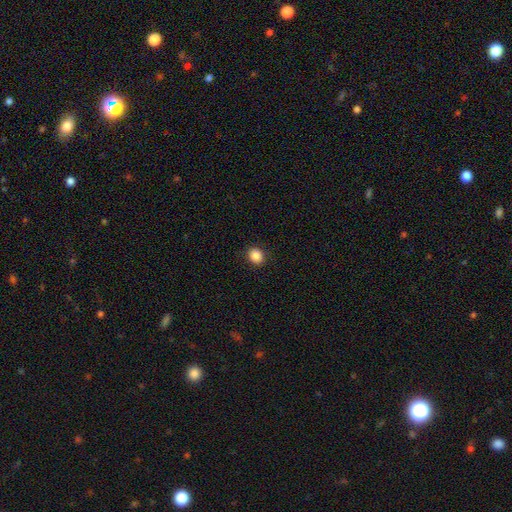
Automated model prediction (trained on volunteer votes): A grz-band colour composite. It shows a smooth galaxy with no disk features (87%) that is round (66%). Merging: none (90%).